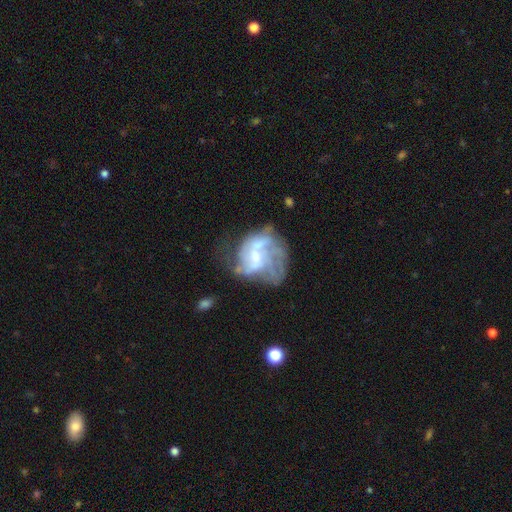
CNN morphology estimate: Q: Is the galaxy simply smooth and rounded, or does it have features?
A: featured or disk — 74%.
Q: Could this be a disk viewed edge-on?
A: no — 98%.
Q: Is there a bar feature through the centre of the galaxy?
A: no — 47%.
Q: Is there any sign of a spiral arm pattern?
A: yes — 74%.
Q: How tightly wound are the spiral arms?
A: medium — 40%.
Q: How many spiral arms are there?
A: can't tell — 40%.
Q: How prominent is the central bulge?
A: small — 57%.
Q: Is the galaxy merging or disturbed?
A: none — 41%.